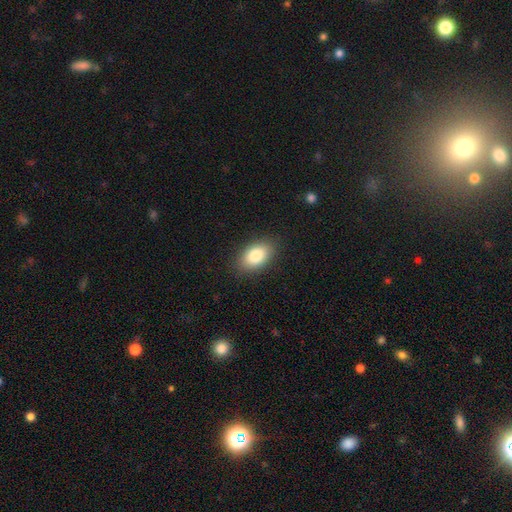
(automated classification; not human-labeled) Overall: smooth (84%). How rounded: in between (91%). Merging: none (87%).